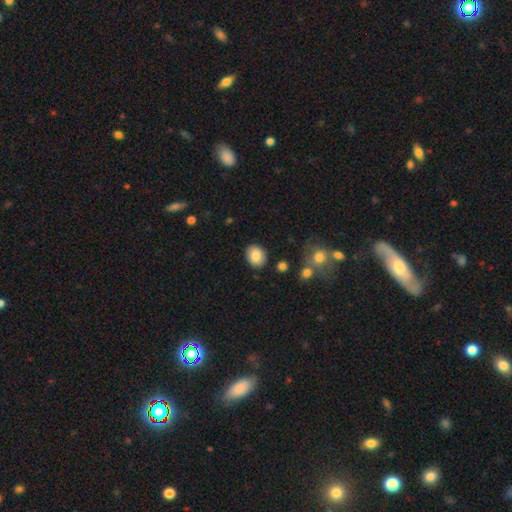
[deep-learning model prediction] This appears to be a smooth galaxy with no disk features (85%) that is round (56%). Merging: none (87%).